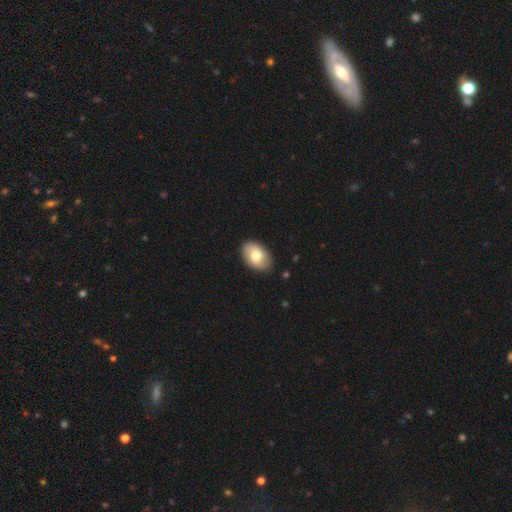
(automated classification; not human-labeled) The model was most divided on "smooth or featured": smooth: 70%, featured or disk: 25%, star or artifact: 6%. More confident: how rounded — in between (89%); merging — none (87%).